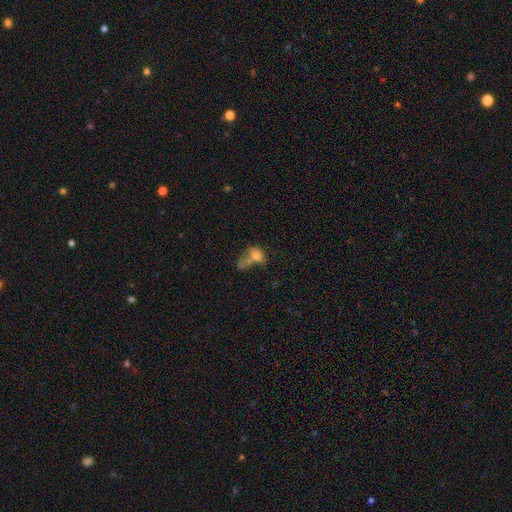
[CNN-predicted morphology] Overall: smooth (71%). How rounded: in between (74%). Merging: merger (55%; none 19%).